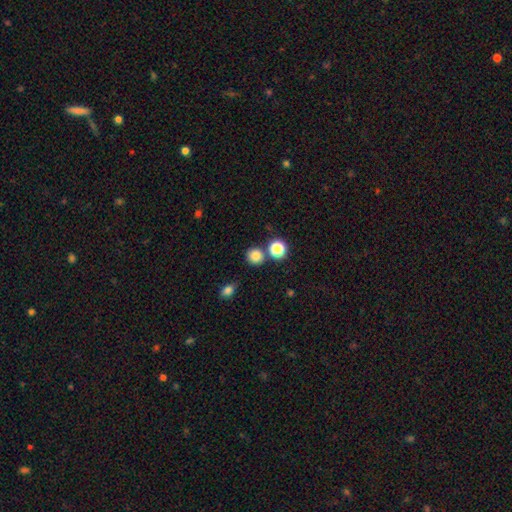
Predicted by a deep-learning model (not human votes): This is clearly a smooth galaxy (81%). How rounded: clearly round (91%). Merging: likely none (78%).